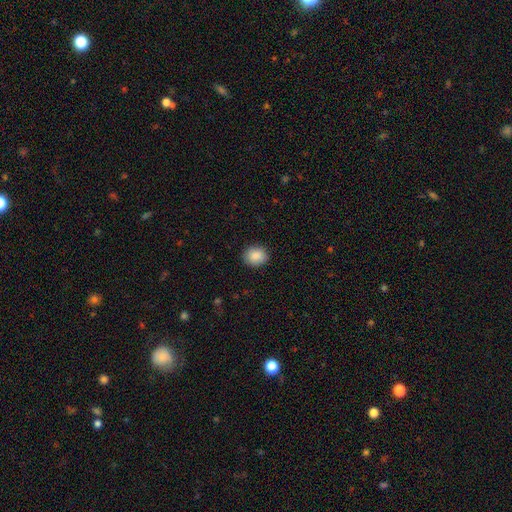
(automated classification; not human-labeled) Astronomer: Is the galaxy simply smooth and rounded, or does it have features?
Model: smooth — 88%.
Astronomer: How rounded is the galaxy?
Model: round — 69%.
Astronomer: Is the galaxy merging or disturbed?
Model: none — 89%.